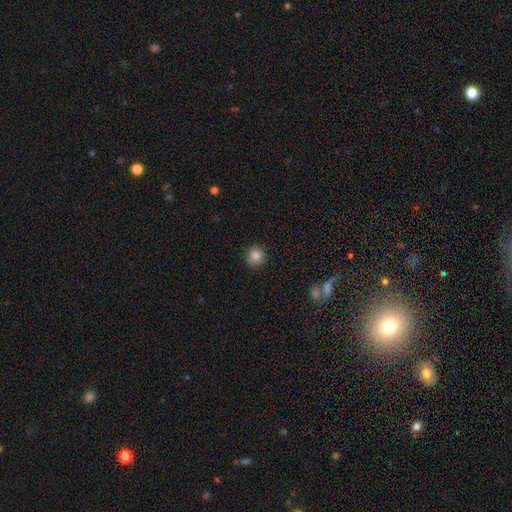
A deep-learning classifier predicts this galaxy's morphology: Smooth or featured?
  - smooth: 83% *
  - star or artifact: 11%
  - featured or disk: 6%
How rounded?
  - round: 90% *
  - in between: 9%
  - cigar-shaped: 1%
Merging?
  - none: 89% *
  - minor disturbance: 8%
  - major disturbance: 2%
  - merger: 1%